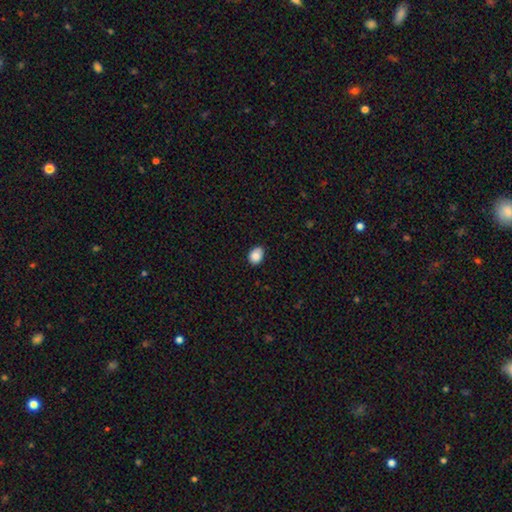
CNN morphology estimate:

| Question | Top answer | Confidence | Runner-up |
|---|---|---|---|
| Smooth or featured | smooth | 86% | star or artifact (9%) |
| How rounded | in between | 62% | round (37%) |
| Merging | none | 74% | minor disturbance (22%) |